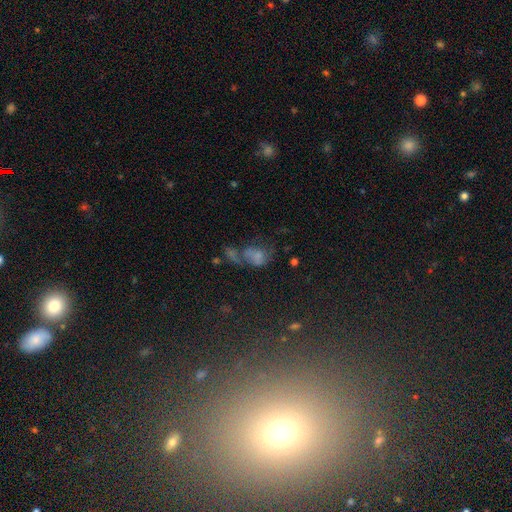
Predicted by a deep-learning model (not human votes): This appears to be a smooth galaxy with no disk features (54%) that is in between round and cigar-shaped (72%). Merging: merger (37%).